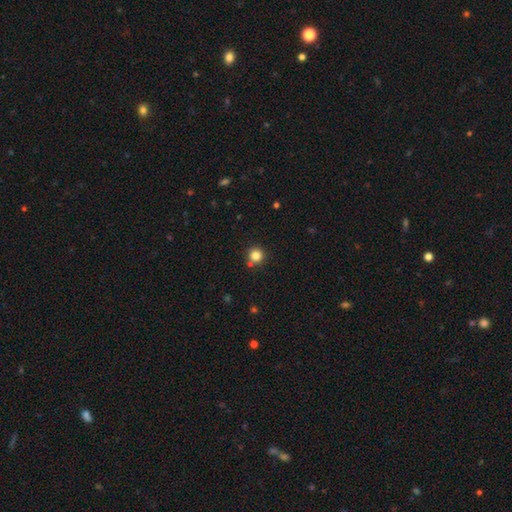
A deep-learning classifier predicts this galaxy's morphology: A smooth galaxy with no disk features (83%) that is round (94%).

Vote fractions:
- Smooth or featured? smooth: 83% / star or artifact: 12% / featured or disk: 5%
- How rounded? round: 94% / in between: 5% / cigar-shaped: 1%
- Merging? none: 80% / merger: 9% / minor disturbance: 8% / major disturbance: 2%